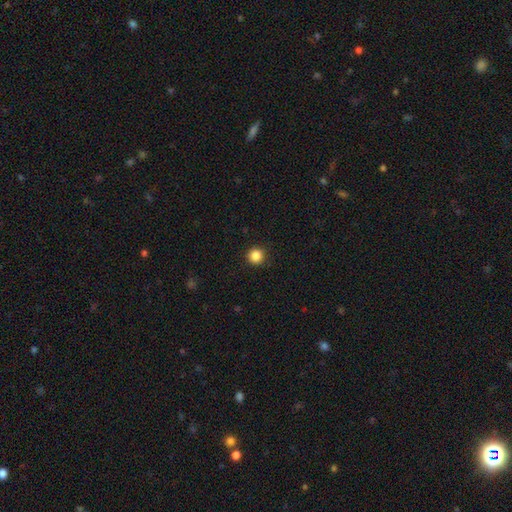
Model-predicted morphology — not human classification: The model was most divided on "smooth or featured": smooth: 86%, star or artifact: 11%, featured or disk: 3%. More confident: how rounded — round (95%); merging — none (92%).